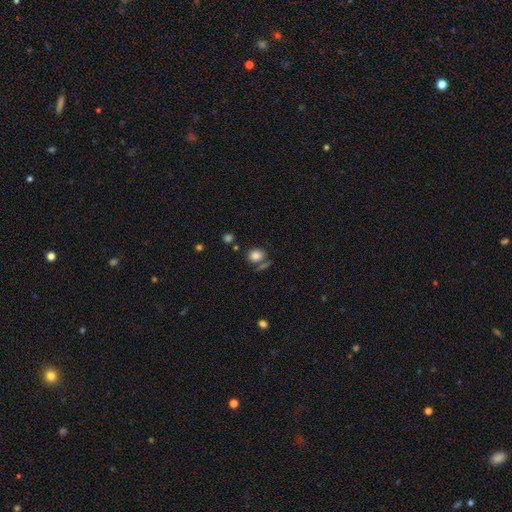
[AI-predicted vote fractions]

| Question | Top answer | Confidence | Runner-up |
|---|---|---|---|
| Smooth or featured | smooth | 82% | star or artifact (11%) |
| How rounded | round | 56% | in between (43%) |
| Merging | none | 68% | merger (15%) |